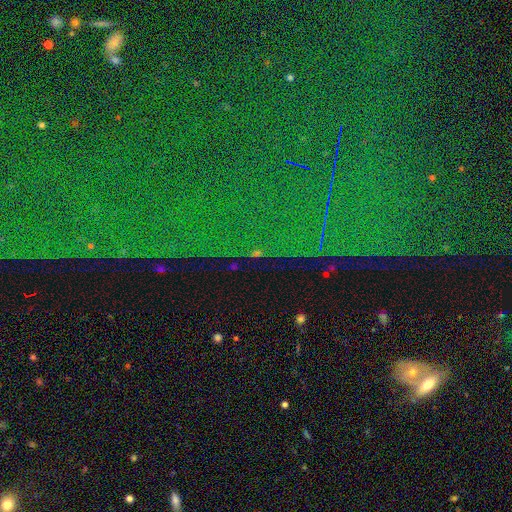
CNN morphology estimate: Smooth or featured? star or artifact (84%)